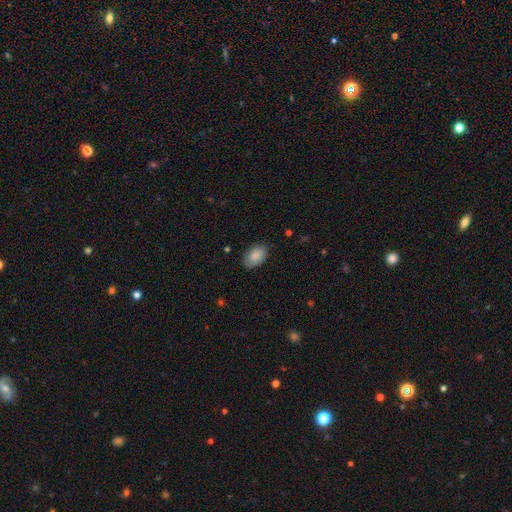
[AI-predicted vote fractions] smooth-or-featured: smooth: 86% | featured or disk: 7% | star or artifact: 7%
  how-rounded: in between: 90% | round: 9% | cigar-shaped: 1%
  merging: none: 80% | minor disturbance: 16% | major disturbance: 3% | merger: 1%